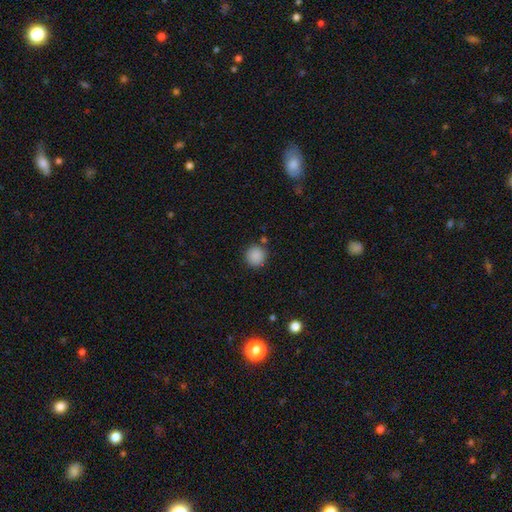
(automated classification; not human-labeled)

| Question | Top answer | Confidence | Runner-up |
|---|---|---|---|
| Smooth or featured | smooth | 88% | star or artifact (9%) |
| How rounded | round | 93% | in between (6%) |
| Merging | none | 86% | minor disturbance (8%) |